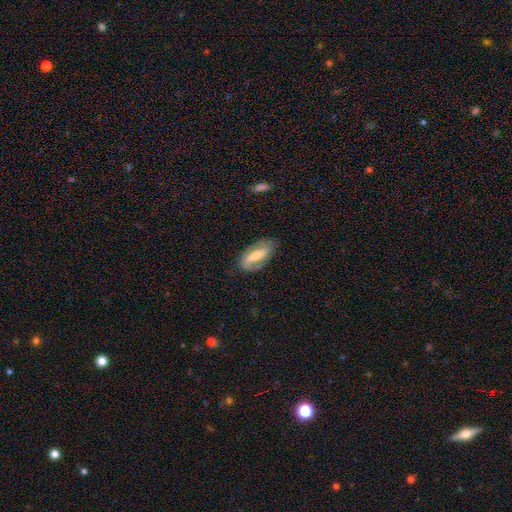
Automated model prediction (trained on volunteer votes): Morphology: type=featured or disk (71%); edge-on=no (92%); bar=strong (48%); spiral arms=yes (87%); winding=medium (41%); arm count=2 (73%); bulge=moderate (50%); merging=none (76%).